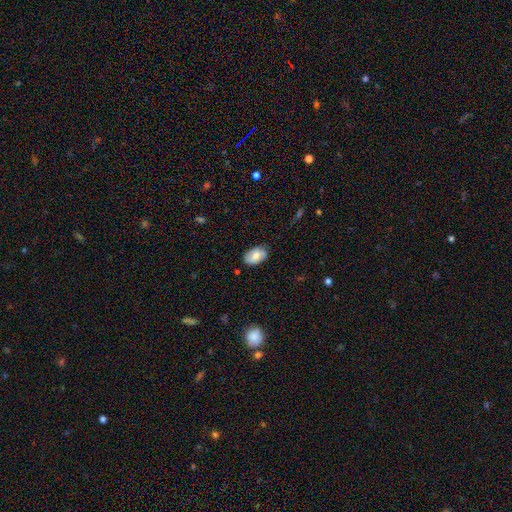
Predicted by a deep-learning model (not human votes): Smooth or featured? Predicted: smooth (p=0.73). How rounded? Predicted: in between (p=0.92). Merging? Predicted: none (p=0.79).